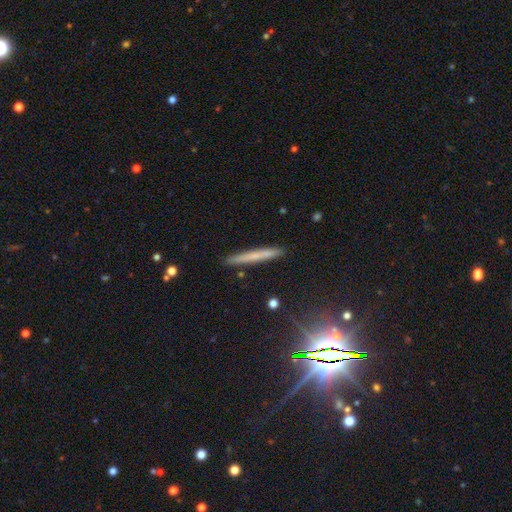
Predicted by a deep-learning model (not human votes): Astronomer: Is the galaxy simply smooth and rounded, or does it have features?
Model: smooth — 57%.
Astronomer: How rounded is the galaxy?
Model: cigar-shaped — 96%.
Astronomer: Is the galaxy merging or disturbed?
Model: none — 90%.